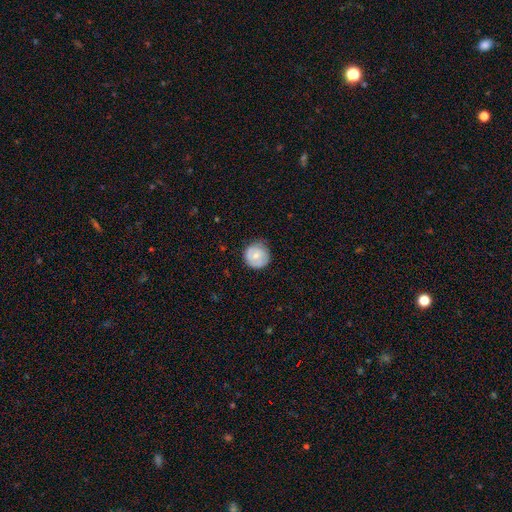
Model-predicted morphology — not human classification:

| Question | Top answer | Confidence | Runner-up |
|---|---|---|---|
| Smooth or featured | smooth | 62% | featured or disk (31%) |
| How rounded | round | 92% | in between (7%) |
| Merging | none | 71% | minor disturbance (23%) |